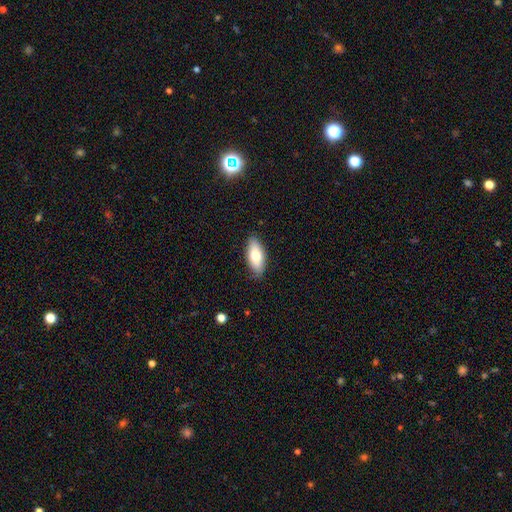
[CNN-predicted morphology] Smooth or featured? Predicted: smooth (p=0.73). How rounded? Predicted: in between (p=0.86). Merging? Predicted: none (p=0.86).